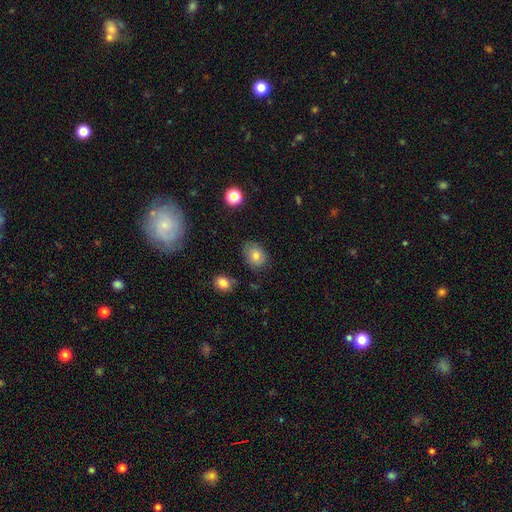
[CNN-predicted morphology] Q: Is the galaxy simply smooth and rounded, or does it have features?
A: smooth — 78%.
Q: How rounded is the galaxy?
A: in between — 68%.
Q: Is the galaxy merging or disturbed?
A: none — 76%.